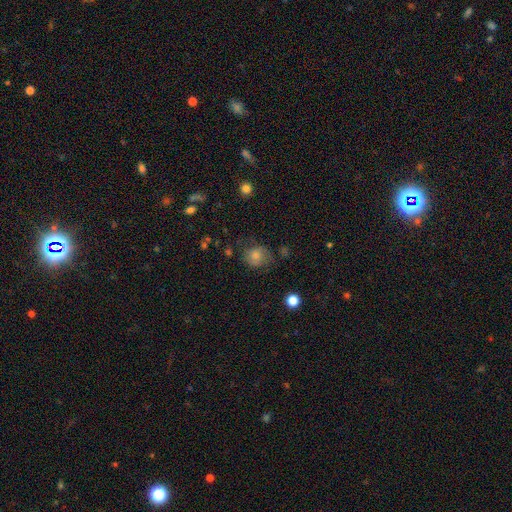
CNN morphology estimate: Smooth or featured? Predicted: smooth (p=0.76). How rounded? Predicted: round (p=0.72). Merging? Predicted: none (p=0.58).